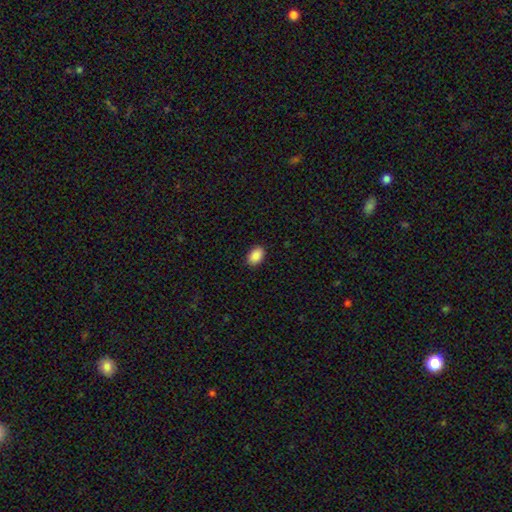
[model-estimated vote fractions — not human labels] smooth 90%, star or artifact 7%, featured or disk 3%. Down the decision tree: how rounded — in between (86%); merging — none (89%).